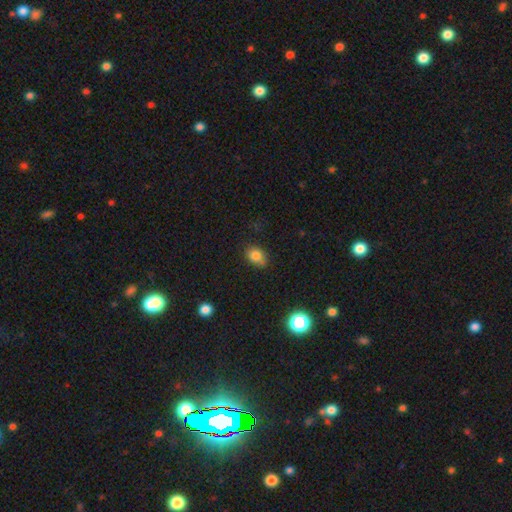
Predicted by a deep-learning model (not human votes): A smooth galaxy with no disk features (81%) that is in between round and cigar-shaped (65%).

Vote fractions:
- Smooth or featured? smooth: 81% / star or artifact: 11% / featured or disk: 8%
- How rounded? in between: 65% / round: 34% / cigar-shaped: 1%
- Merging? none: 65% / minor disturbance: 26% / major disturbance: 5% / merger: 4%